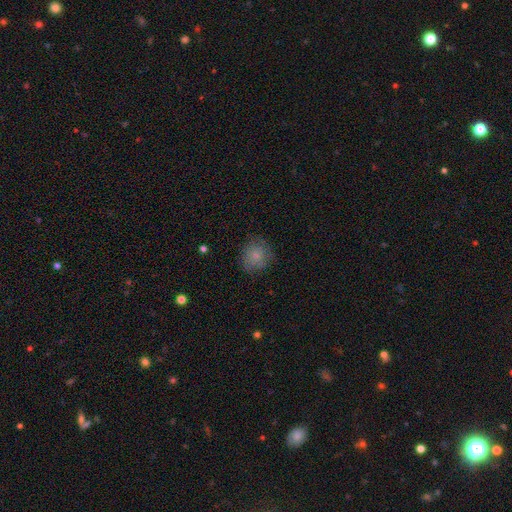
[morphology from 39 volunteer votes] type=smooth (77%); roundness=round (80%); merging=none (75%).